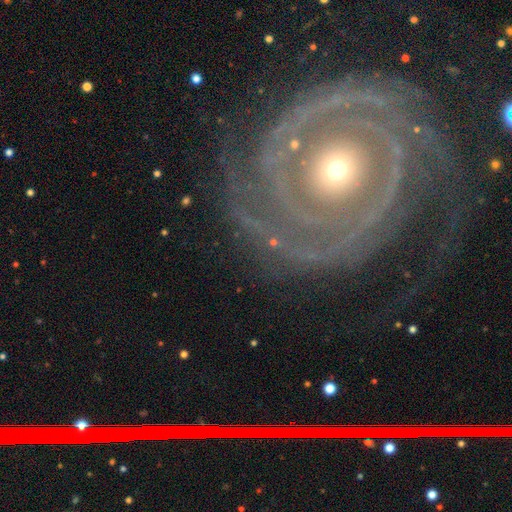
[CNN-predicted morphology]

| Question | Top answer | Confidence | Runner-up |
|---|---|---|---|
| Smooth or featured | featured or disk | 91% | star or artifact (6%) |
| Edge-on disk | no | 97% | yes (3%) |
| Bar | no | 78% | weak (13%) |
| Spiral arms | yes | 97% | no (3%) |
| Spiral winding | tight | 81% | medium (16%) |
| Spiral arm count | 2 | 64% | 3 (10%) |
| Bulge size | small | 53% | moderate (42%) |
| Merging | none | 75% | minor disturbance (15%) |